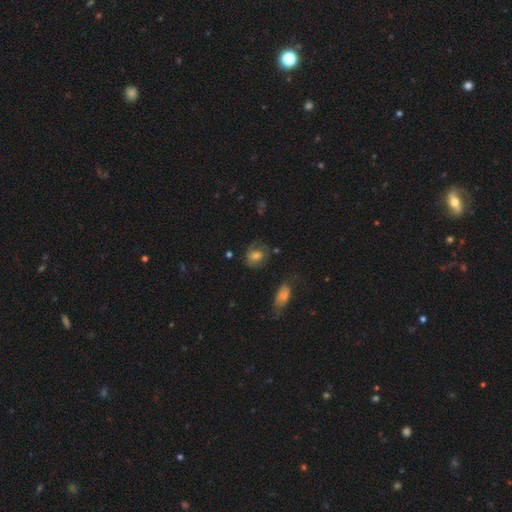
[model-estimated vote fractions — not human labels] smooth_or_featured: smooth (p=0.59) [alt: featured or disk p=0.30]
how_rounded: round (p=0.53) [alt: in between p=0.45]
merging: none (p=0.59) [alt: minor disturbance p=0.24]